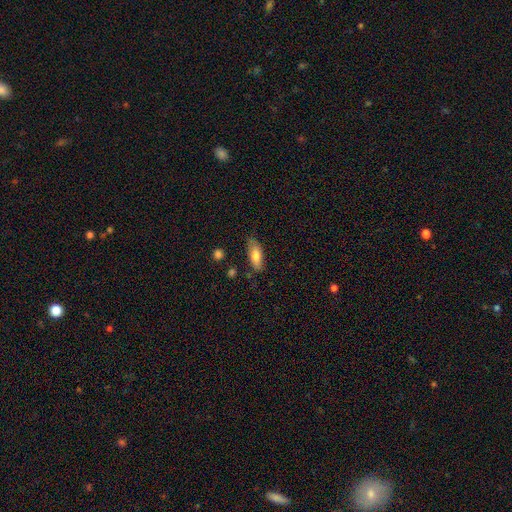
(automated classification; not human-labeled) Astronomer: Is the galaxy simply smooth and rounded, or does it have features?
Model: smooth — 76%.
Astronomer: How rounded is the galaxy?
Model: in between — 73%.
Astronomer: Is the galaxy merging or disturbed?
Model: none — 75%.